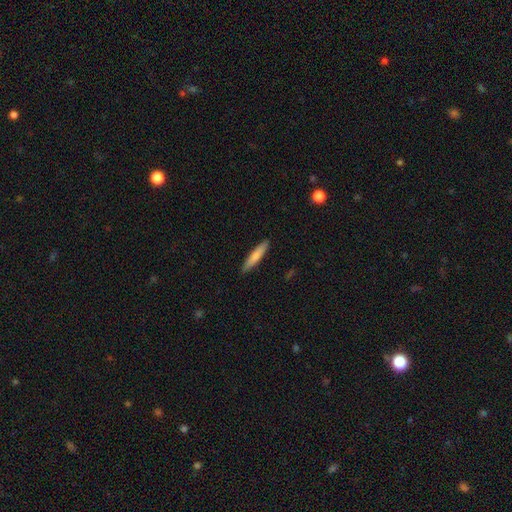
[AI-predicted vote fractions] A smooth galaxy with no disk features (78%) that is cigar-shaped (90%).

Vote fractions:
- Smooth or featured? smooth: 78% / featured or disk: 17% / star or artifact: 5%
- How rounded? cigar-shaped: 90% / in between: 9% / round: 1%
- Merging? none: 90% / minor disturbance: 7% / major disturbance: 1% / merger: 1%